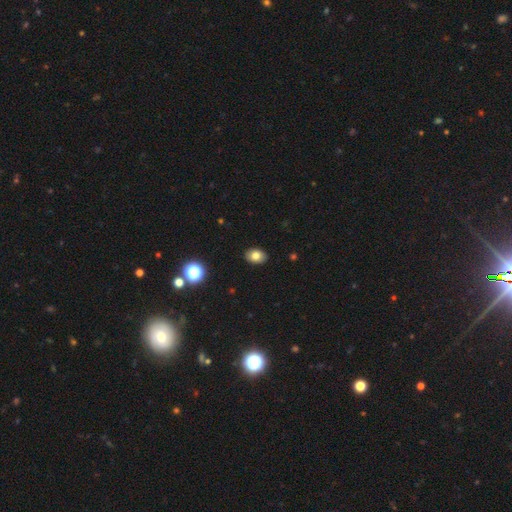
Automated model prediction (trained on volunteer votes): smooth 80%, star or artifact 10%, featured or disk 10%. Down the decision tree: how rounded — in between (79%); merging — none (90%).